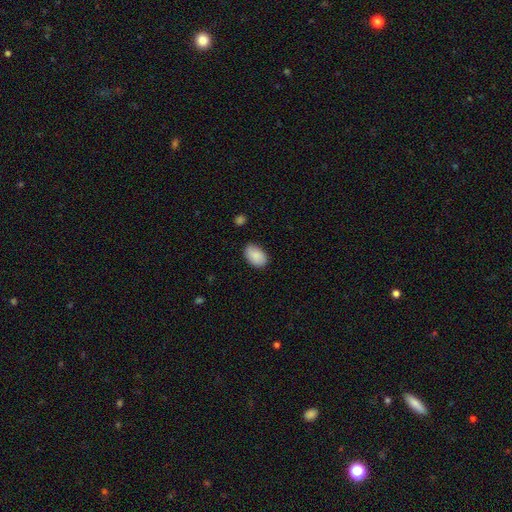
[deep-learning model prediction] Smooth or featured? Predicted: smooth (p=0.88). How rounded? Predicted: in between (p=0.90). Merging? Predicted: none (p=0.79).